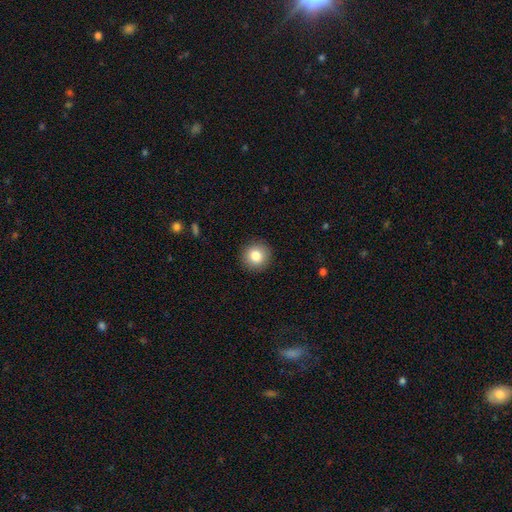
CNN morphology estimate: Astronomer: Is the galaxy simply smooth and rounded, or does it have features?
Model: smooth — 83%.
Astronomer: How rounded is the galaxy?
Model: round — 93%.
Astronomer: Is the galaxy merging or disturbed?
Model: none — 91%.